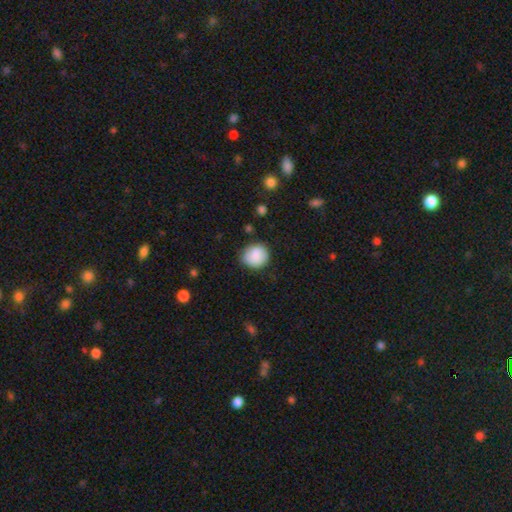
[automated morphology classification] Smooth or featured? Predicted: smooth (p=0.85). How rounded? Predicted: round (p=0.84). Merging? Predicted: none (p=0.80).